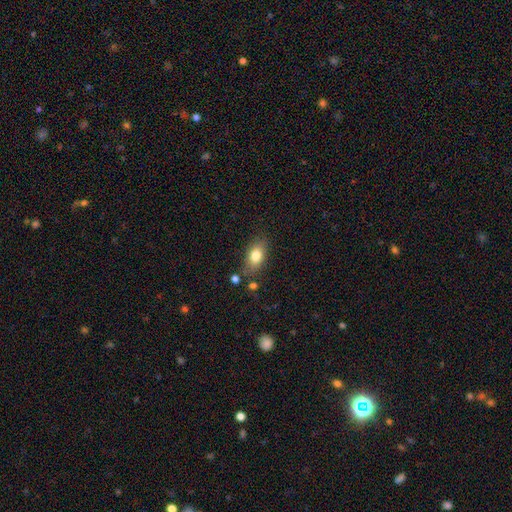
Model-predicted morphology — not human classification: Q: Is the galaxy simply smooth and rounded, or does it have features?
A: smooth — 79%.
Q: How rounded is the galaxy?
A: in between — 85%.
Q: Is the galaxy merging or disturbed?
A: none — 76%.